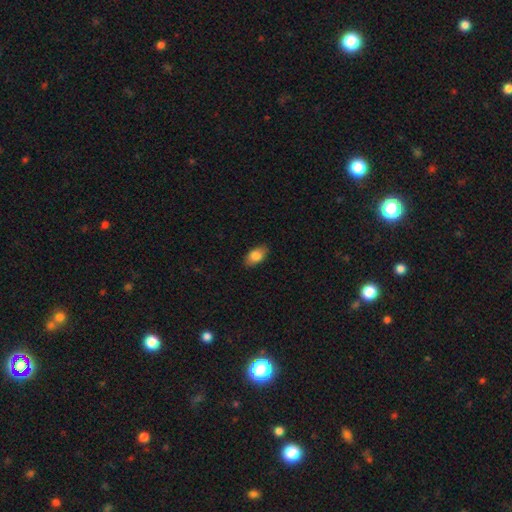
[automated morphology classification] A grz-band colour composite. It shows a smooth galaxy with no disk features (83%) that is in between round and cigar-shaped (91%). Merging: none (86%).